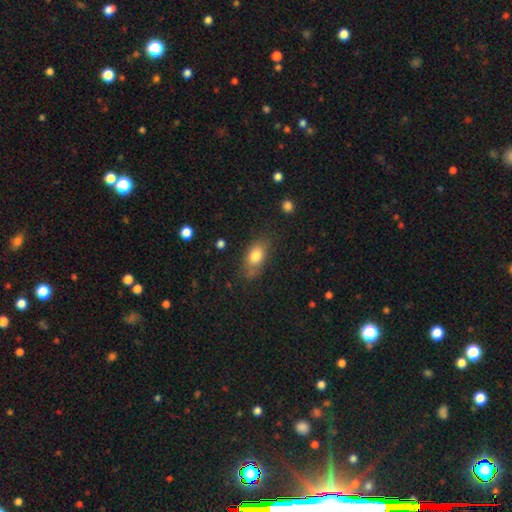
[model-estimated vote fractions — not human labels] Q: Smooth or featured?
A: smooth (79%); runner-up: featured or disk (12%)
Q: How rounded?
A: in between (80%); runner-up: round (13%)
Q: Merging?
A: none (70%); runner-up: minor disturbance (21%)